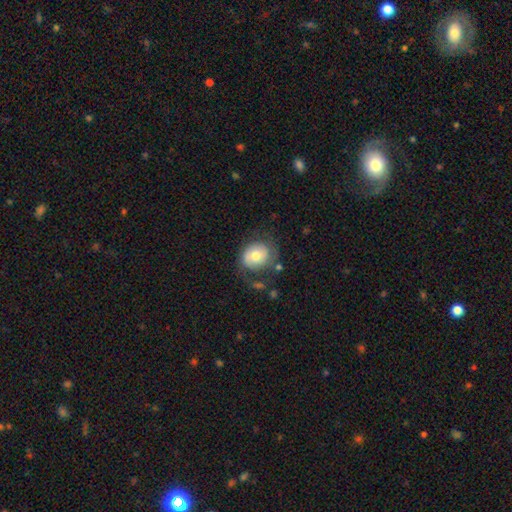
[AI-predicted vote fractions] Smooth or featured? Predicted: smooth (p=0.59). How rounded? Predicted: round (p=0.65). Merging? Predicted: none (p=0.57).